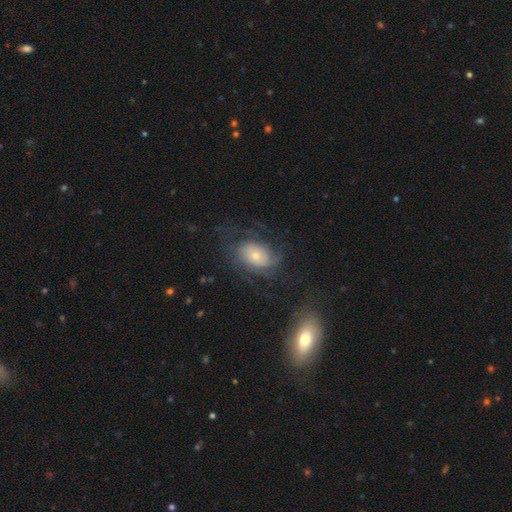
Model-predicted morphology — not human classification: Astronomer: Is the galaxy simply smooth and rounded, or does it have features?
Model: featured or disk — 61%.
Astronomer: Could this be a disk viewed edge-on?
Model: no — 96%.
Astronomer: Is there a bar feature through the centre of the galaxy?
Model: no — 80%.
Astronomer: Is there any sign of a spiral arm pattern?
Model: yes — 82%.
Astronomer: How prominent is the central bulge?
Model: small — 55% (runner-up: moderate, 35%).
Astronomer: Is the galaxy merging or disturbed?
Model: none — 55%.